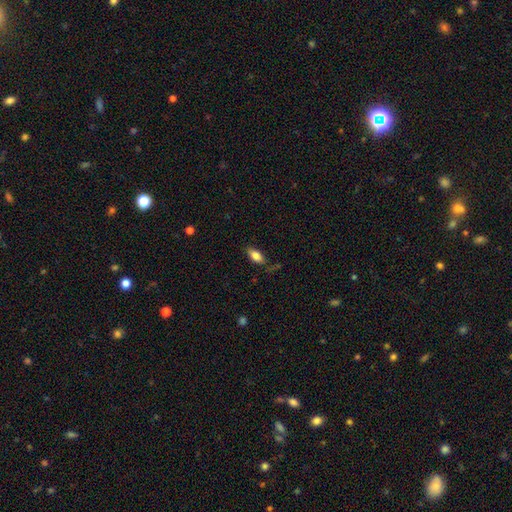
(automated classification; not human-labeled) Smooth or featured: smooth — 81% (featured or disk — 11%)
How rounded: in between — 87% (cigar-shaped — 9%)
Merging: none — 74% (minor disturbance — 18%)